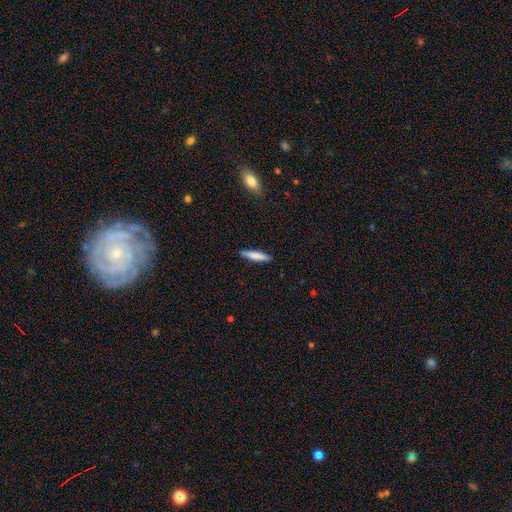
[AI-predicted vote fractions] Morphology: type=smooth (76%); roundness=cigar-shaped (86%); merging=none (89%).